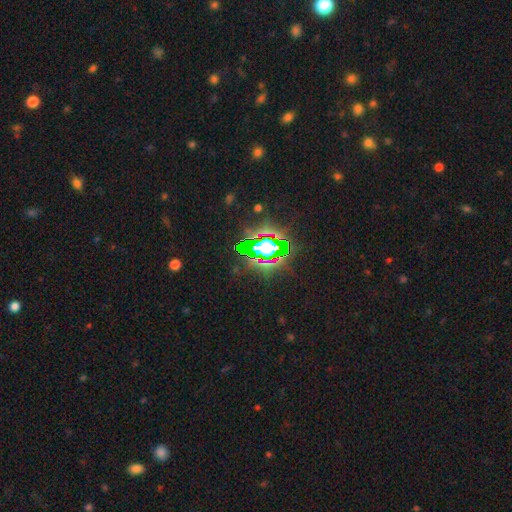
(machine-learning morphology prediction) Q: Smooth or featured?
A: star or artifact (77%); runner-up: smooth (13%)